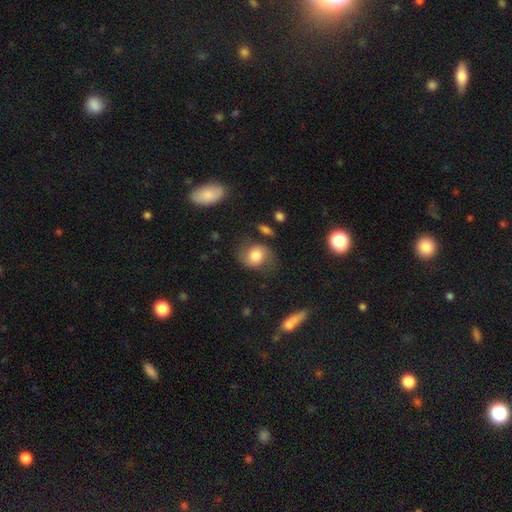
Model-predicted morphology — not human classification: Smooth or featured? Predicted: smooth (p=0.54). How rounded? Predicted: round (p=0.59). Merging? Predicted: none (p=0.63).